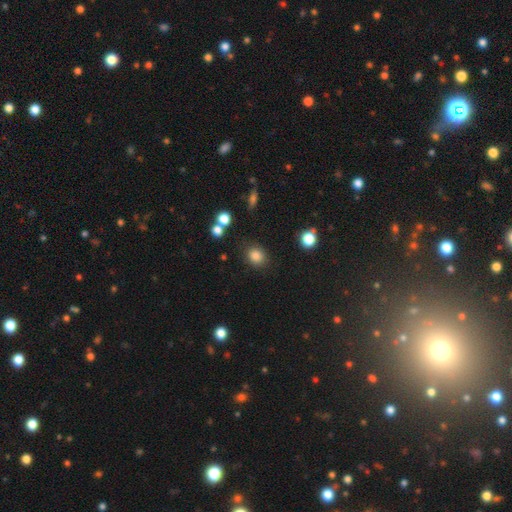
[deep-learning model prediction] Overall: smooth (83%). How rounded: round (72%). Merging: none (83%).